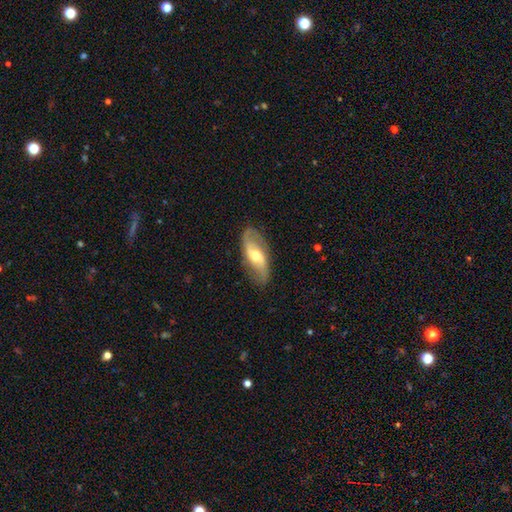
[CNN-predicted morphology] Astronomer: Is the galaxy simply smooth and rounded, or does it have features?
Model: featured or disk — 70%.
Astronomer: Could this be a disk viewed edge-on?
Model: no — 89%.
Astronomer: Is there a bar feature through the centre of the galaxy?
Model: weak — 40% (runner-up: no, 38%).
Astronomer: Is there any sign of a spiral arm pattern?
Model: yes — 86%.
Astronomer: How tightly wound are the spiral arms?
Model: loose — 61%.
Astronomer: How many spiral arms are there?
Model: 2 — 87%.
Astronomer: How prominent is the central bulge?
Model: moderate — 64%.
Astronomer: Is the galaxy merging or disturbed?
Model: none — 80%.